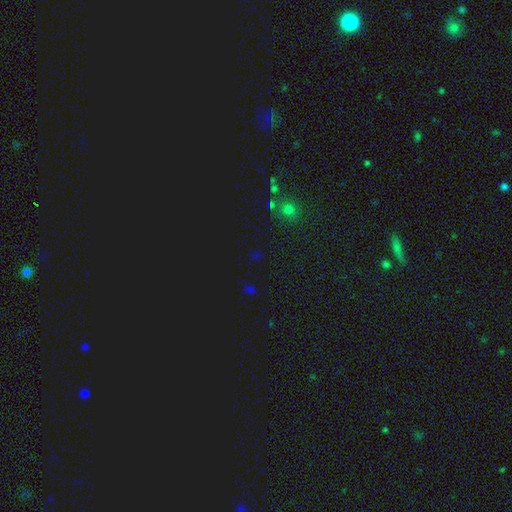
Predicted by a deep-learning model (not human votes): Smooth or featured? star or artifact (66%)